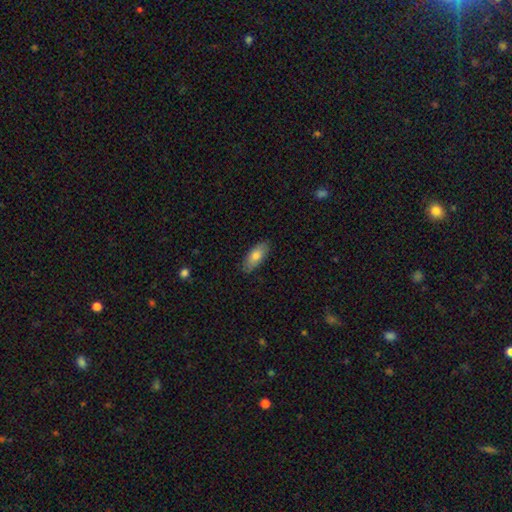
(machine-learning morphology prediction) A smooth galaxy with no disk features (78%) that is in between round and cigar-shaped (83%). Merging: none (86%).